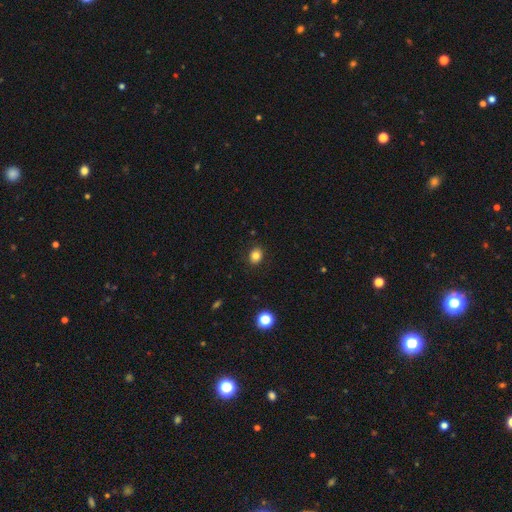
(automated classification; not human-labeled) smooth_or_featured: smooth (p=0.82) [alt: star or artifact p=0.11]
how_rounded: round (p=0.55) [alt: in between p=0.44]
merging: none (p=0.89) [alt: minor disturbance p=0.08]